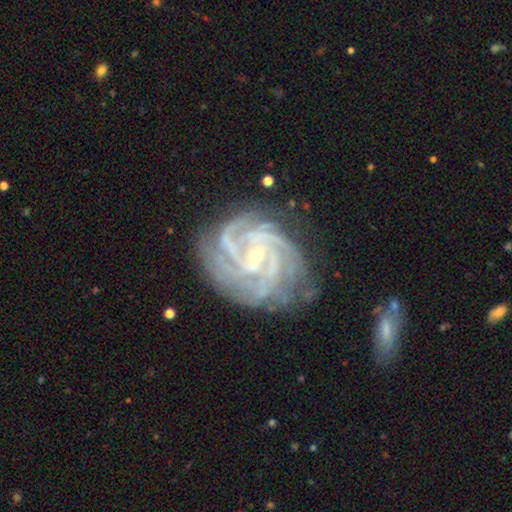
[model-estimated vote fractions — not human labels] Q: Smooth or featured?
A: featured or disk (91%); runner-up: star or artifact (6%)
Q: Edge-on disk?
A: no (97%); runner-up: yes (3%)
Q: Bar?
A: no (56%); runner-up: weak (32%)
Q: Spiral arms?
A: yes (98%); runner-up: no (2%)
Q: Spiral winding?
A: tight (69%); runner-up: medium (28%)
Q: Spiral arm count?
A: 4 (36%); runner-up: 3 (21%)
Q: Bulge size?
A: small (78%); runner-up: moderate (18%)
Q: Merging?
A: none (73%); runner-up: minor disturbance (19%)